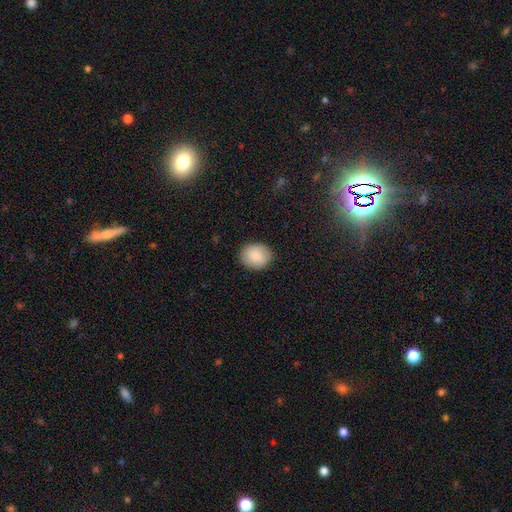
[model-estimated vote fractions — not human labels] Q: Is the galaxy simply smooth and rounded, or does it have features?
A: smooth — 85%.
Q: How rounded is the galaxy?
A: round — 58%.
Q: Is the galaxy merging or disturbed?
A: none — 87%.